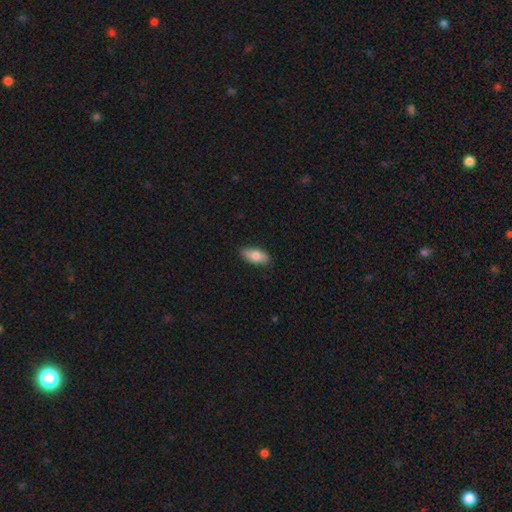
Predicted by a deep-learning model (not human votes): Smooth or featured?
  - smooth: 77% *
  - featured or disk: 17%
  - star or artifact: 6%
How rounded?
  - in between: 86% *
  - cigar-shaped: 11%
  - round: 3%
Merging?
  - none: 85% *
  - minor disturbance: 12%
  - major disturbance: 2%
  - merger: 1%